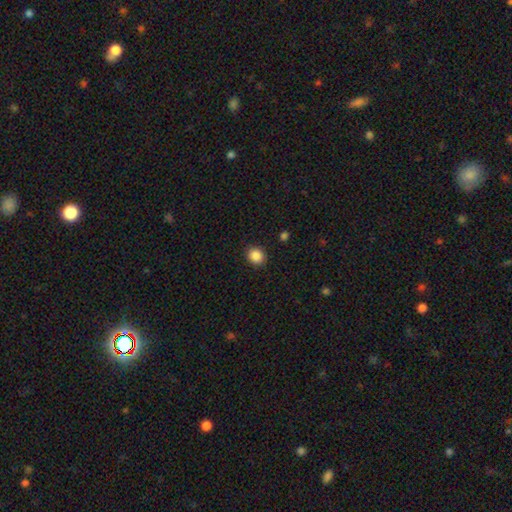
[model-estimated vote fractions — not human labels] This is clearly a smooth galaxy (87%). How rounded: likely round (75%). Merging: clearly none (91%).